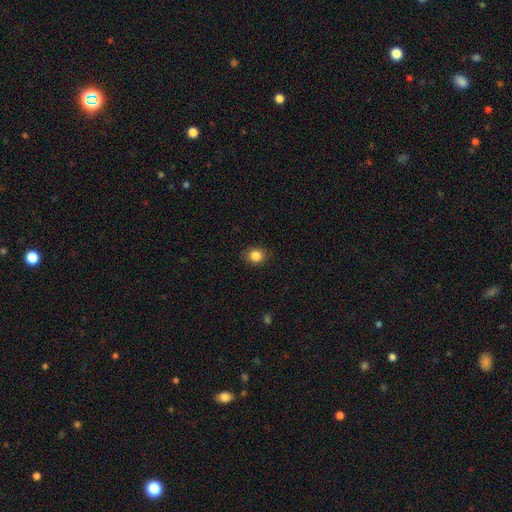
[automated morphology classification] Smooth or featured?
  - smooth: 85% *
  - star or artifact: 10%
  - featured or disk: 5%
How rounded?
  - round: 63% *
  - in between: 36%
  - cigar-shaped: 1%
Merging?
  - none: 87% *
  - minor disturbance: 10%
  - major disturbance: 2%
  - merger: 1%